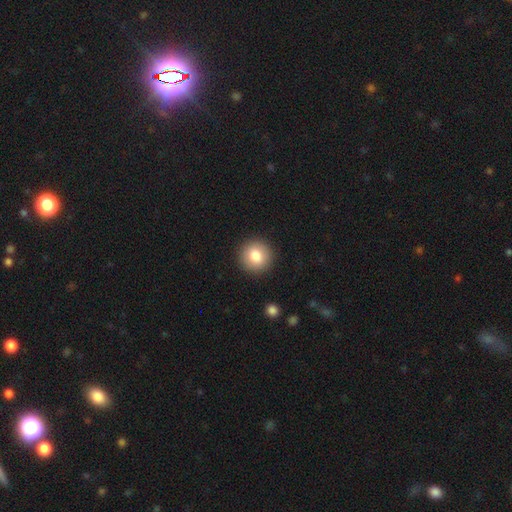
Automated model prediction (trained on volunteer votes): A smooth galaxy with no disk features (82%) that is round (93%).

Vote fractions:
- Smooth or featured? smooth: 82% / featured or disk: 10% / star or artifact: 9%
- How rounded? round: 93% / in between: 6% / cigar-shaped: 1%
- Merging? none: 91% / minor disturbance: 6% / major disturbance: 2% / merger: 1%